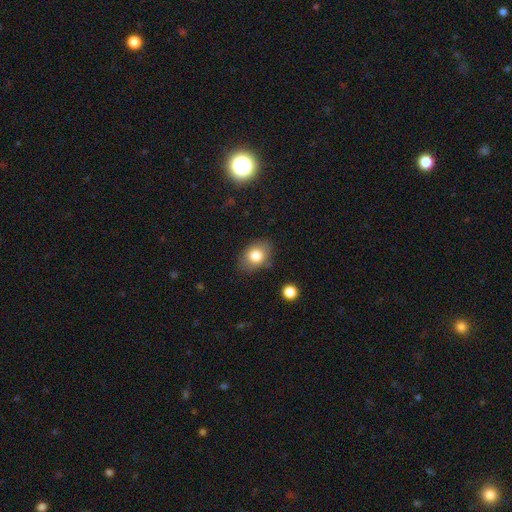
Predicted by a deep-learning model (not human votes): A smooth galaxy with no disk features (80%) that is in between round and cigar-shaped (73%). Merging: none (78%).